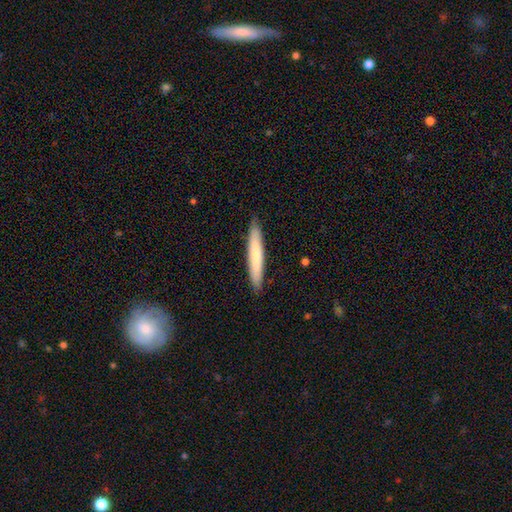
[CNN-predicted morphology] Overall: smooth (71%). How rounded: cigar-shaped (94%). Merging: none (90%).